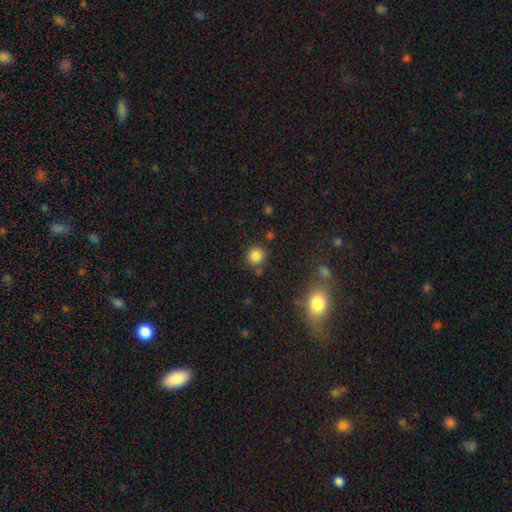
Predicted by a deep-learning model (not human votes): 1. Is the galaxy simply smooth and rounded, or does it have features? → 83% smooth, 12% star or artifact, 5% featured or disk.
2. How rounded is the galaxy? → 89% round, 10% in between, 1% cigar-shaped.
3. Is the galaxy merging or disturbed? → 80% none, 10% minor disturbance, 7% merger, 3% major disturbance.